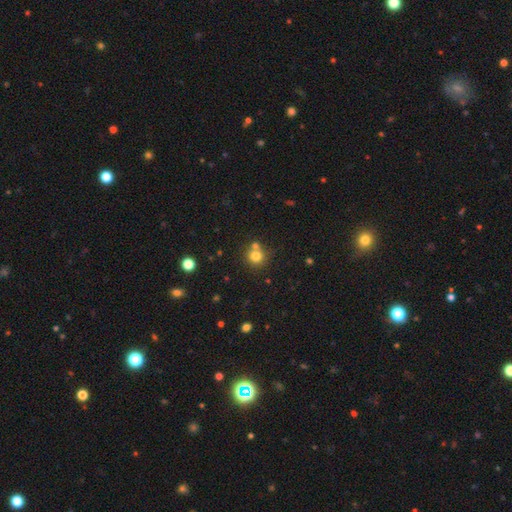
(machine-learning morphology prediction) A smooth galaxy with no disk features (78%) that is round (91%).

Vote fractions:
- Smooth or featured? smooth: 78% / star or artifact: 13% / featured or disk: 8%
- How rounded? round: 91% / in between: 8% / cigar-shaped: 1%
- Merging? none: 64% / merger: 25% / minor disturbance: 8% / major disturbance: 3%